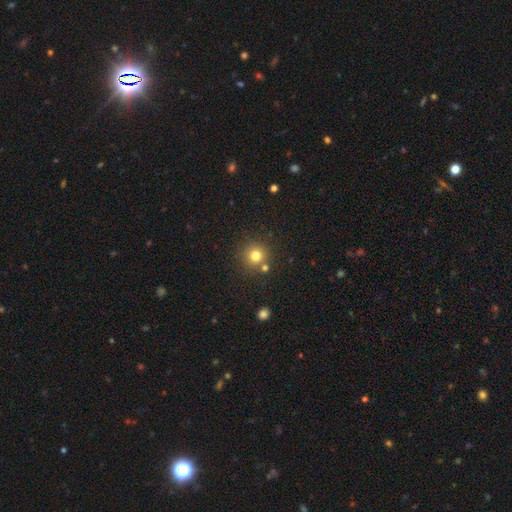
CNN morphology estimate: Smooth or featured?
  - smooth: 77% *
  - star or artifact: 15%
  - featured or disk: 8%
How rounded?
  - round: 94% *
  - in between: 5%
  - cigar-shaped: 1%
Merging?
  - none: 80% *
  - merger: 10%
  - minor disturbance: 8%
  - major disturbance: 3%